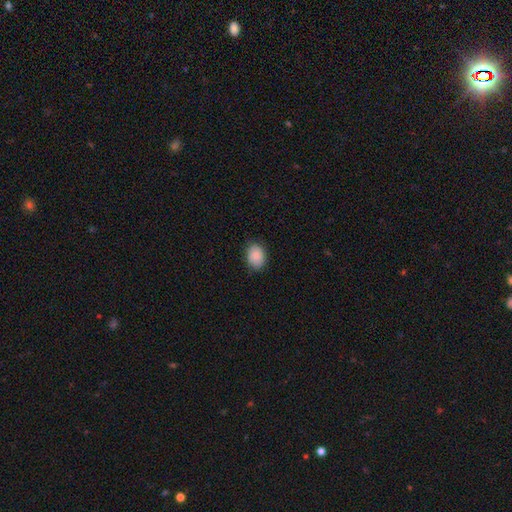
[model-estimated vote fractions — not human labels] Morphology: type=smooth (88%); roundness=in between (67%); merging=none (82%).